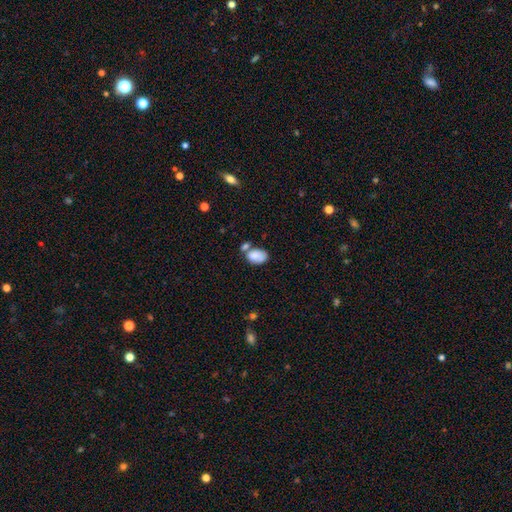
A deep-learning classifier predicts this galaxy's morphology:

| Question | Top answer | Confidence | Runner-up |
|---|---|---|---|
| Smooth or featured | smooth | 83% | featured or disk (9%) |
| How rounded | in between | 88% | round (11%) |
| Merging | none | 42% | merger (33%) |